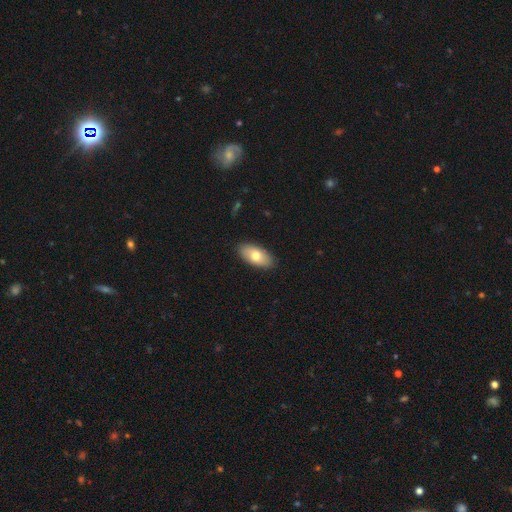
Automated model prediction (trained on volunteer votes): smooth 72%, featured or disk 22%, star or artifact 6%. Down the decision tree: how rounded — in between (92%); merging — none (88%).